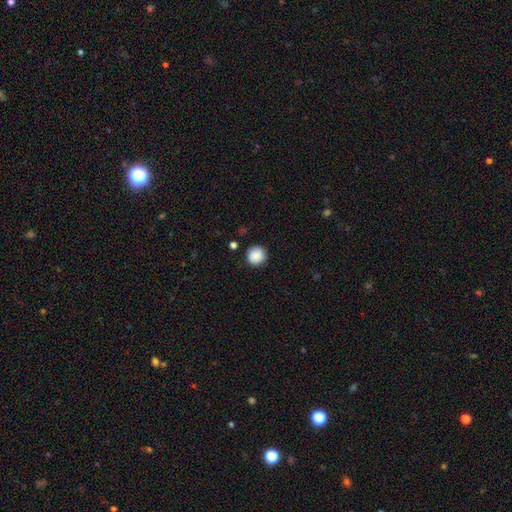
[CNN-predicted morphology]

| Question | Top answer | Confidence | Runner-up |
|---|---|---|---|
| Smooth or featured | smooth | 88% | star or artifact (8%) |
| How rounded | round | 94% | in between (5%) |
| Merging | none | 88% | minor disturbance (8%) |